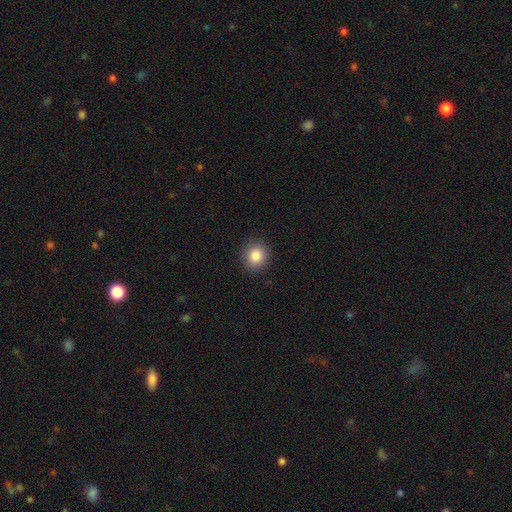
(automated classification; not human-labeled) This appears to be a smooth galaxy with no disk features (86%) that is round (84%). Merging: none (90%).